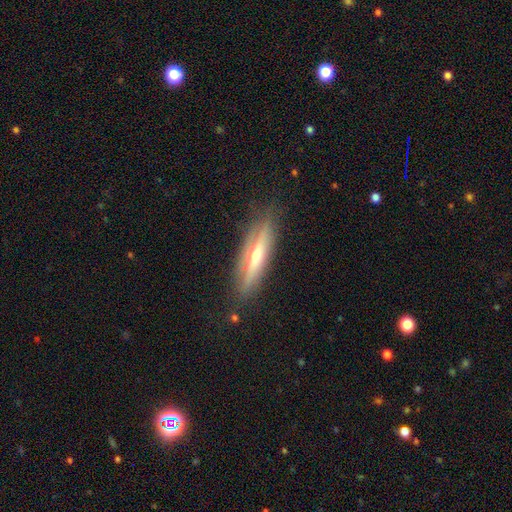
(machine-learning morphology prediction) This is likely a featured or disk galaxy (69%). It is clearly viewed edge-on (89%). Edge-on bulge: clearly rounded (87%). Merging: clearly none (85%).